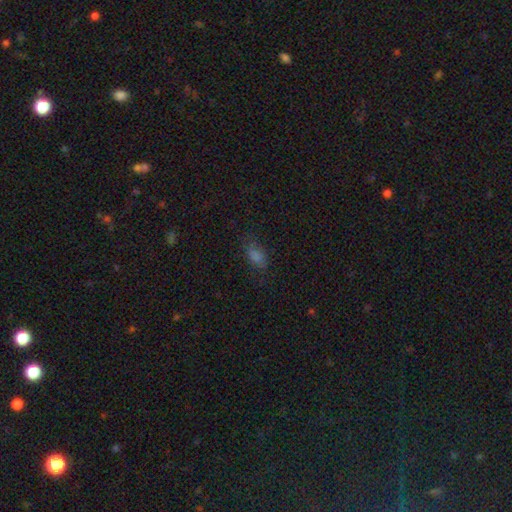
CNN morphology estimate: This appears to be a smooth galaxy with no disk features (65%) that is in between round and cigar-shaped (82%). Merging: none (71%).